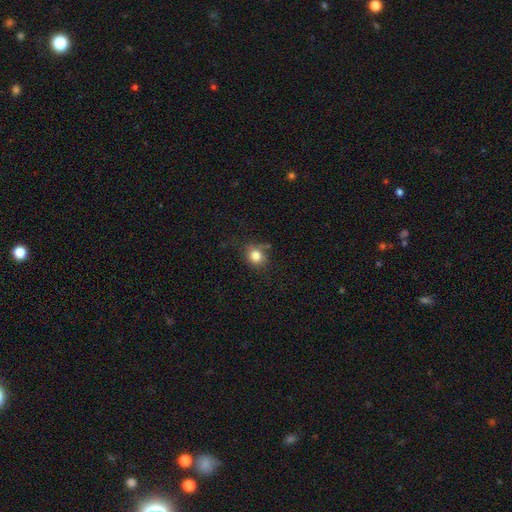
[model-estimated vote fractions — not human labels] smooth_or_featured: smooth (p=0.81) [alt: star or artifact p=0.11]
how_rounded: round (p=0.74) [alt: in between p=0.25]
merging: none (p=0.69) [alt: minor disturbance p=0.20]